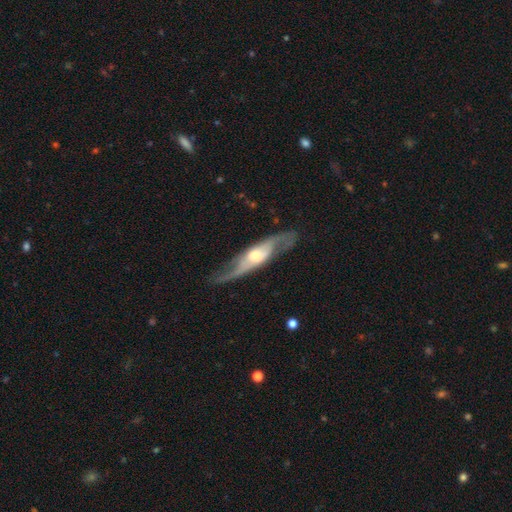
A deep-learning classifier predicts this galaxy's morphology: smooth_or_featured: featured or disk (p=0.79) [alt: smooth p=0.16]
disk_edge_on: no (p=0.60) [alt: yes p=0.40]
merging: none (p=0.73) [alt: minor disturbance p=0.17]